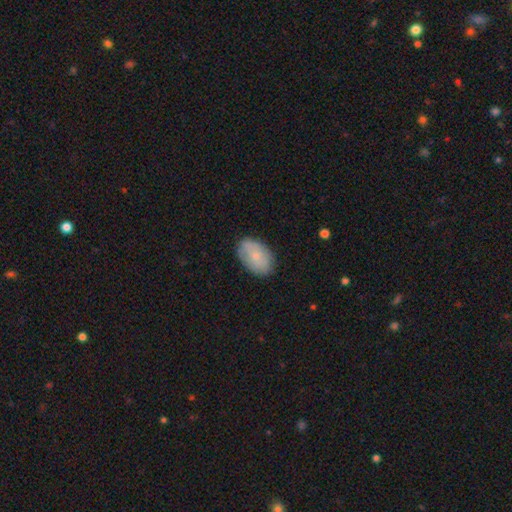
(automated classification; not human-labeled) Morphology: type=smooth (71%); roundness=in between (90%); merging=none (81%).